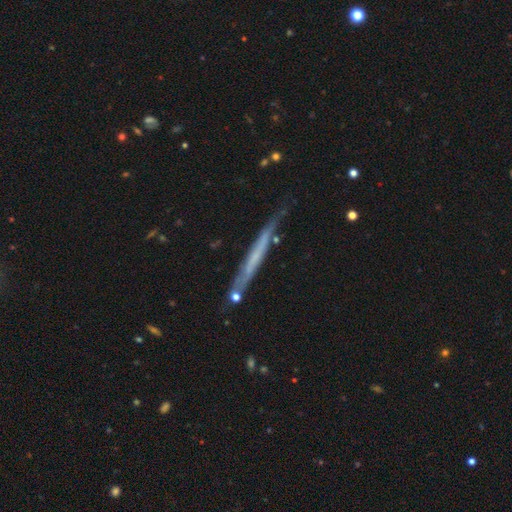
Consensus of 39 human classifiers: smooth_or_featured: featured or disk (p=0.69) [alt: smooth p=0.23]
disk_edge_on: yes (p=0.96) [alt: no p=0.04]
edge_on_bulge: none (p=0.85) [alt: boxy p=0.08]
merging: none (p=0.75) [alt: minor disturbance p=0.19]